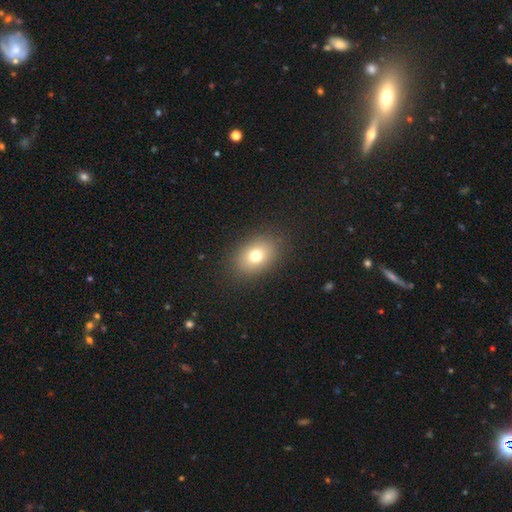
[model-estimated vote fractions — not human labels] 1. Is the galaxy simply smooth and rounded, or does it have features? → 76% smooth, 12% featured or disk, 12% star or artifact.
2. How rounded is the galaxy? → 73% in between, 26% round, 1% cigar-shaped.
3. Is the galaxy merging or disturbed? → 87% none, 8% minor disturbance, 3% major disturbance, 1% merger.